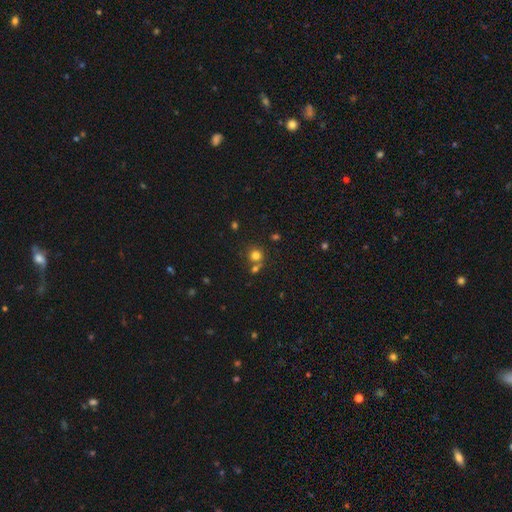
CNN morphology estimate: smooth-or-featured: smooth: 76% | star or artifact: 16% | featured or disk: 8%
  how-rounded: round: 89% | in between: 10% | cigar-shaped: 1%
  merging: none: 62% | merger: 27% | minor disturbance: 8% | major disturbance: 3%